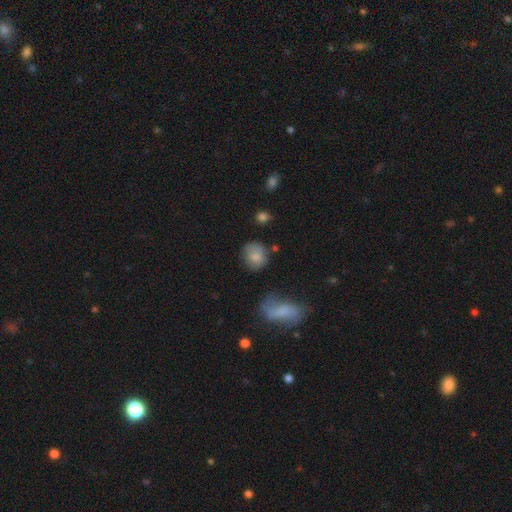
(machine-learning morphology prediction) smooth_or_featured: smooth (p=0.79) [alt: featured or disk p=0.12]
how_rounded: round (p=0.75) [alt: in between p=0.23]
merging: none (p=0.65) [alt: minor disturbance p=0.22]